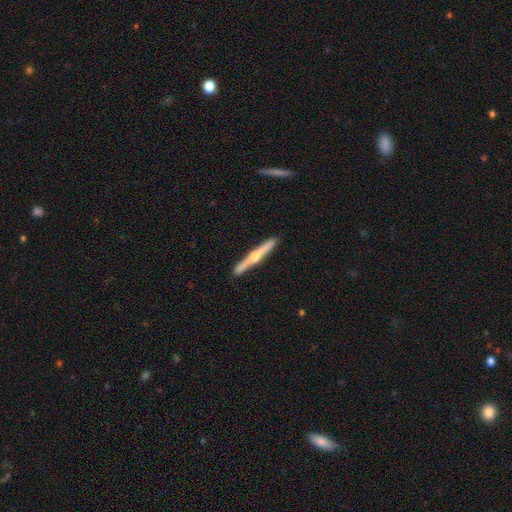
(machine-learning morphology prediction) Q: Smooth or featured?
A: featured or disk (70%); runner-up: smooth (26%)
Q: Edge-on disk?
A: yes (98%); runner-up: no (2%)
Q: Edge-on bulge?
A: rounded (88%); runner-up: none (7%)
Q: Merging?
A: none (91%); runner-up: minor disturbance (7%)